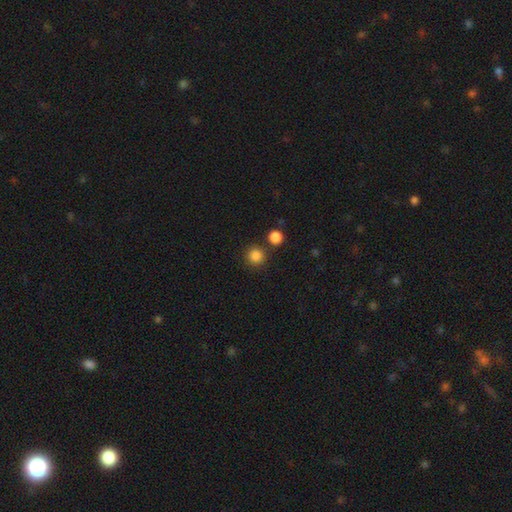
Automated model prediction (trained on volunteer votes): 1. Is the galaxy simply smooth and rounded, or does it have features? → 85% smooth, 11% star or artifact, 4% featured or disk.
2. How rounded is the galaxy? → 94% round, 5% in between, 1% cigar-shaped.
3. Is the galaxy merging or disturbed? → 82% none, 8% merger, 7% minor disturbance, 3% major disturbance.